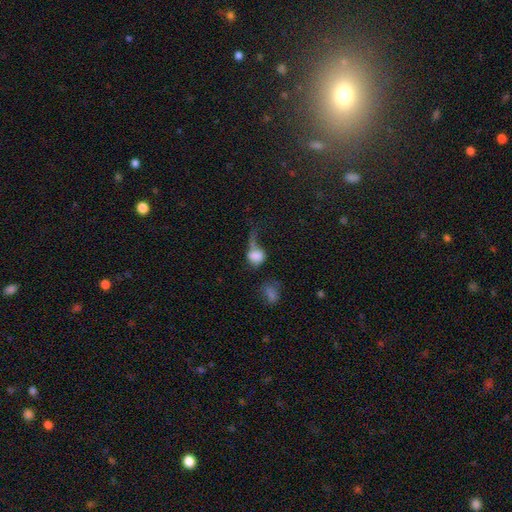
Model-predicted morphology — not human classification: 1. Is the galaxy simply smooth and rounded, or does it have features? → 67% smooth, 21% featured or disk, 12% star or artifact.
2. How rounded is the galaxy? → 59% in between, 39% round, 3% cigar-shaped.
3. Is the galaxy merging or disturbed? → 46% major disturbance, 23% merger, 16% none, 14% minor disturbance.